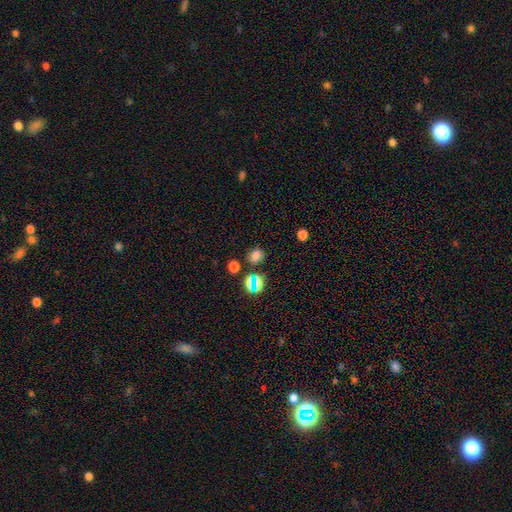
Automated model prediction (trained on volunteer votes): smooth 62%, star or artifact 29%, featured or disk 9%. Down the decision tree: how rounded — round (55%); merging — none (74%).